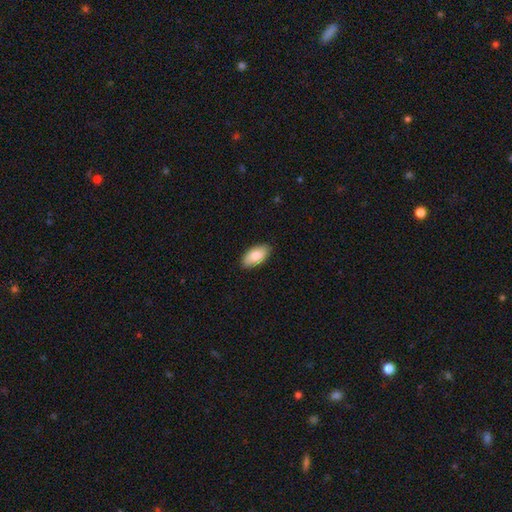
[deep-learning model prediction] Smooth or featured? Predicted: smooth (p=0.86). How rounded? Predicted: in between (p=0.94). Merging? Predicted: none (p=0.87).